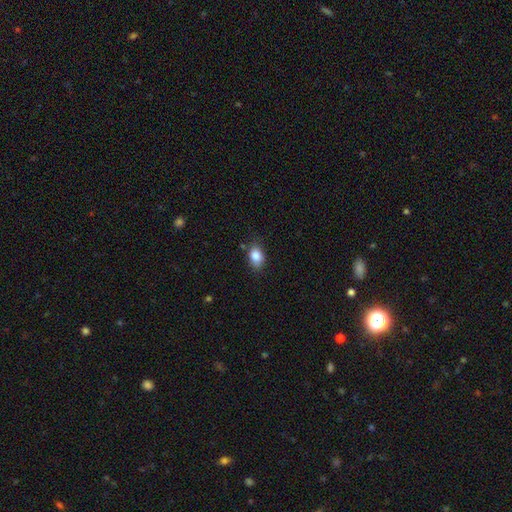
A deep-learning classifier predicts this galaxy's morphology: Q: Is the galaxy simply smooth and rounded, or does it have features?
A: smooth — 85%.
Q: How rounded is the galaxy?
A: in between — 80%.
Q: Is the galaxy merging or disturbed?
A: none — 77%.